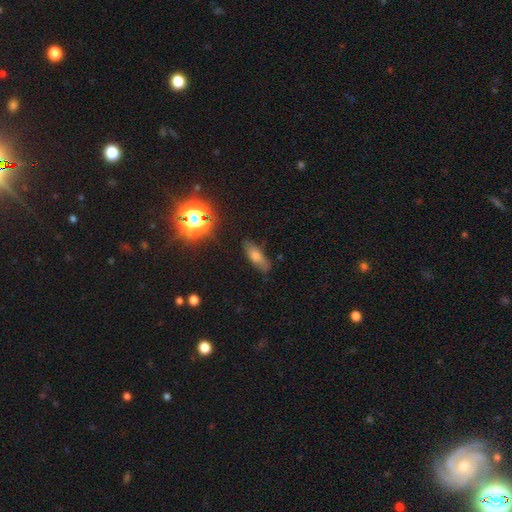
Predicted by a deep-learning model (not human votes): smooth 62%, featured or disk 21%, star or artifact 17%. Down the decision tree: how rounded — in between (59%); merging — none (79%).